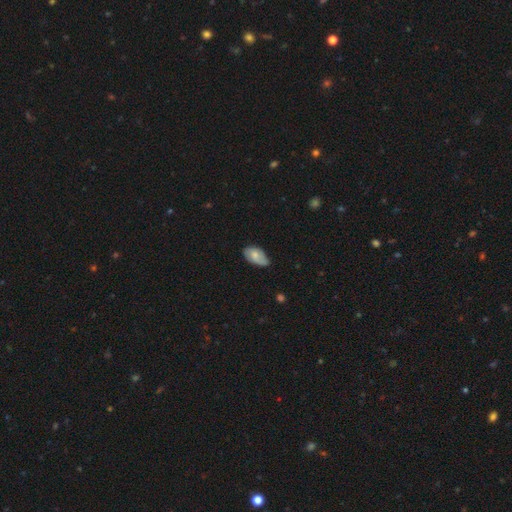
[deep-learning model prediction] A smooth galaxy with no disk features (65%) that is in between round and cigar-shaped (93%). Merging: none (58%).